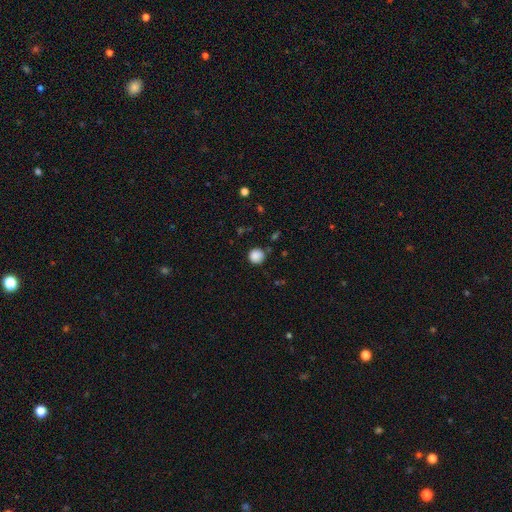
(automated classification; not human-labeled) Morphology: type=smooth (87%); roundness=round (92%); merging=none (83%).